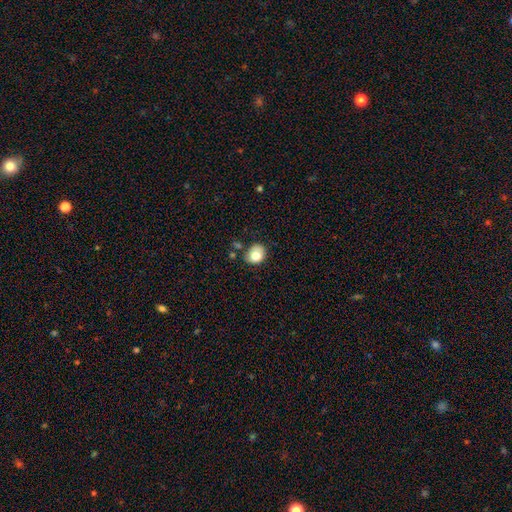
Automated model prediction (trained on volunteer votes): Smooth or featured? Predicted: smooth (p=0.78). How rounded? Predicted: round (p=0.58). Merging? Predicted: none (p=0.70).